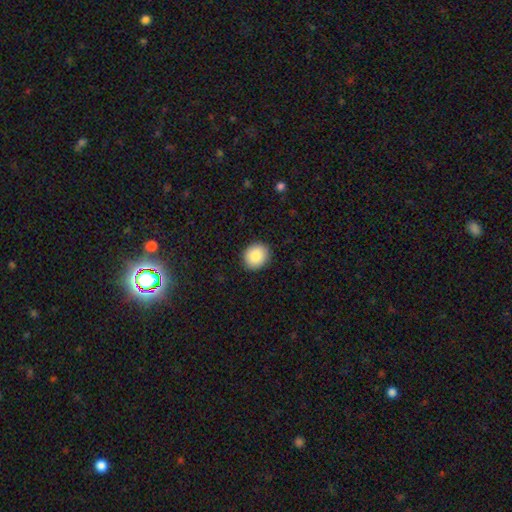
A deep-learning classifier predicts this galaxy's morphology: Smooth or featured: smooth — 87% (star or artifact — 7%)
How rounded: round — 80% (in between — 19%)
Merging: none — 91% (minor disturbance — 6%)